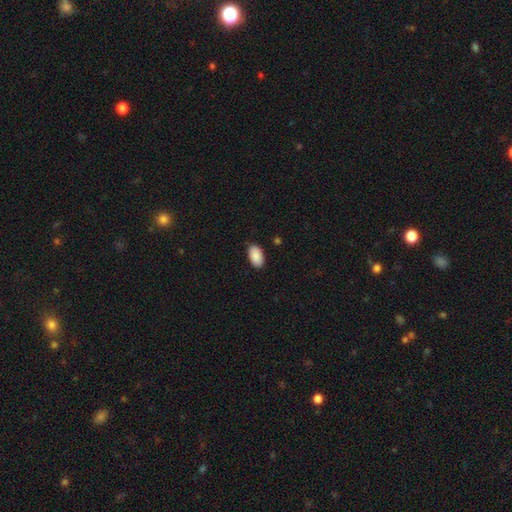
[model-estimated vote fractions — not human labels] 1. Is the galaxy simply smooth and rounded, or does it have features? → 90% smooth, 6% star or artifact, 3% featured or disk.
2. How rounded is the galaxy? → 96% in between, 3% round, 2% cigar-shaped.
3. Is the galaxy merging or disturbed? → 88% none, 9% minor disturbance, 2% major disturbance, 1% merger.